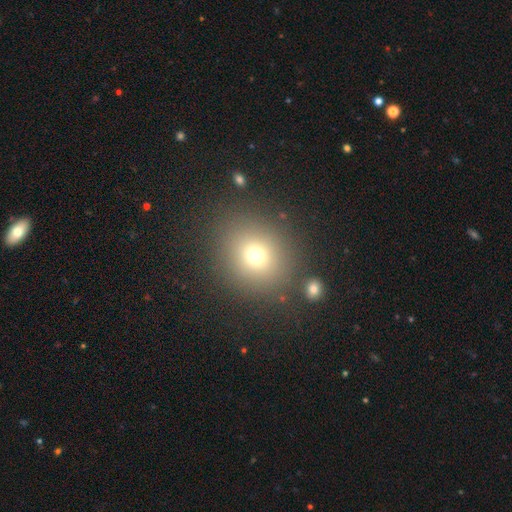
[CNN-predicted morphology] Q: Smooth or featured?
A: smooth (71%); runner-up: star or artifact (18%)
Q: How rounded?
A: round (80%); runner-up: in between (19%)
Q: Merging?
A: none (83%); runner-up: minor disturbance (8%)